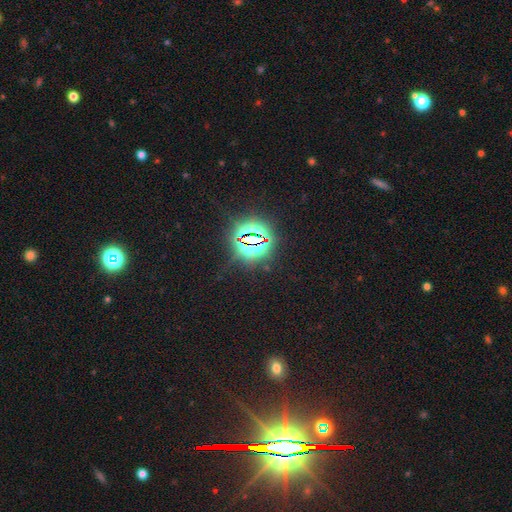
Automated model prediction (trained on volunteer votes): smooth_or_featured: star or artifact (p=0.82) [alt: smooth p=0.11]